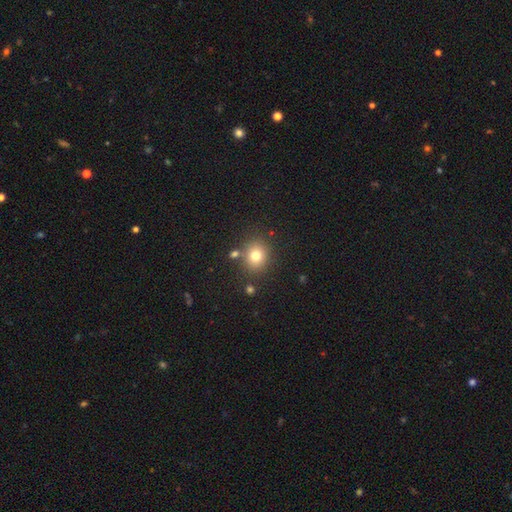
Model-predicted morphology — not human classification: Smooth or featured: smooth — 76% (star or artifact — 14%)
How rounded: round — 77% (in between — 22%)
Merging: none — 80% (minor disturbance — 9%)